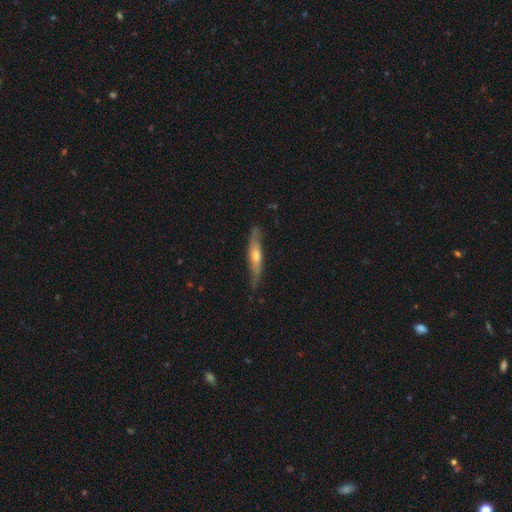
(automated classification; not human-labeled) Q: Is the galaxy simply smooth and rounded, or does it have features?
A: featured or disk — 56%.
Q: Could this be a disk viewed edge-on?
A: yes — 80%.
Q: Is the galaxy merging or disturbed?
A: none — 74%.